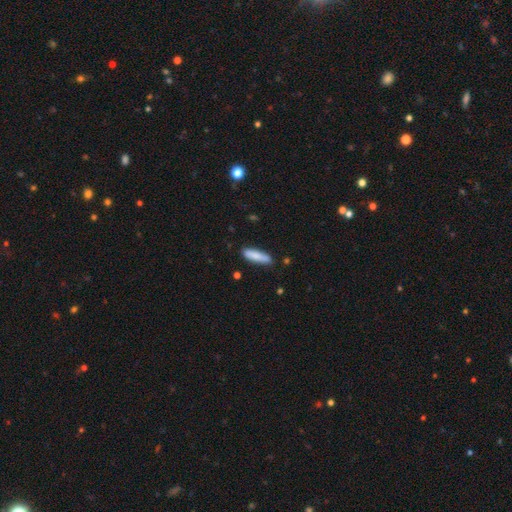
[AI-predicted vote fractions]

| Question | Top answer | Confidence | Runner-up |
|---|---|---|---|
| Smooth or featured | smooth | 83% | featured or disk (11%) |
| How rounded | cigar-shaped | 69% | in between (30%) |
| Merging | none | 82% | minor disturbance (14%) |